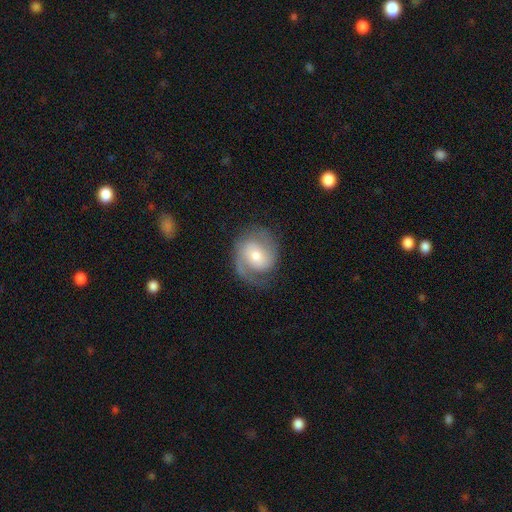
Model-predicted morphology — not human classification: Smooth or featured: featured or disk — 79% (smooth — 15%)
Edge-on disk: no — 98% (yes — 2%)
Bar: no — 45% (weak — 43%)
Spiral arms: yes — 94% (no — 6%)
Spiral winding: medium — 46% (tight — 36%)
Spiral arm count: 2 — 72% (1 — 18%)
Bulge size: moderate — 58% (small — 33%)
Merging: none — 73% (minor disturbance — 17%)